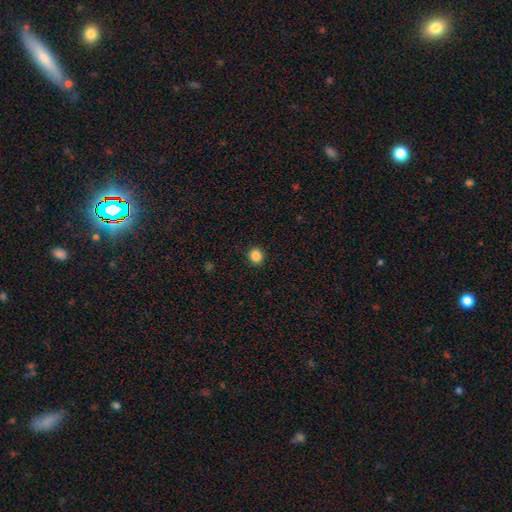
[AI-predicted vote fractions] A smooth galaxy with no disk features (86%) that is round (79%). Merging: none (92%).